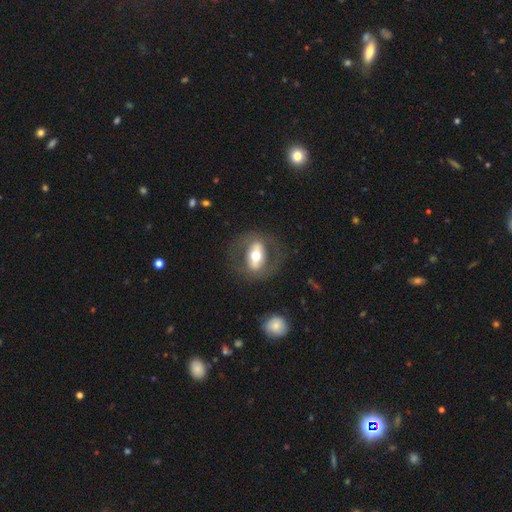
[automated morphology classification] Smooth or featured?
  - featured or disk: 57% *
  - smooth: 37%
  - star or artifact: 6%
Edge-on disk?
  - no: 83% *
  - yes: 17%
Merging?
  - none: 74% *
  - minor disturbance: 13%
  - major disturbance: 12%
  - merger: 2%